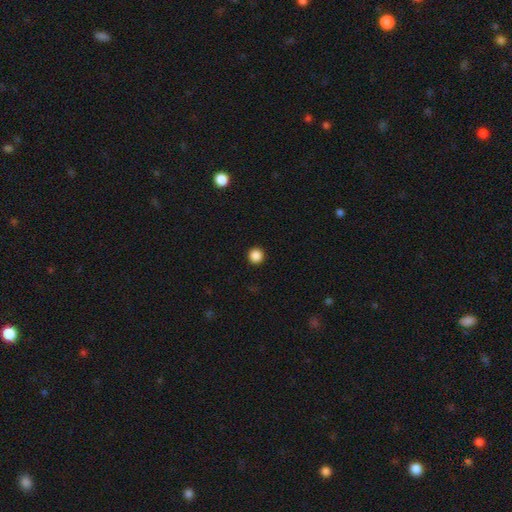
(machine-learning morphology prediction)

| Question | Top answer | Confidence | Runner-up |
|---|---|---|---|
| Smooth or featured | smooth | 87% | star or artifact (10%) |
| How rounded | round | 96% | in between (3%) |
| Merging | none | 94% | minor disturbance (4%) |